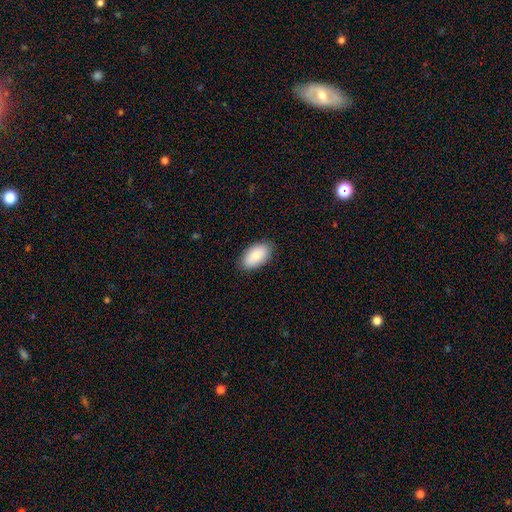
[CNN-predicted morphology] Smooth or featured? smooth (85%)
How rounded? in between (95%)
Merging? none (87%)